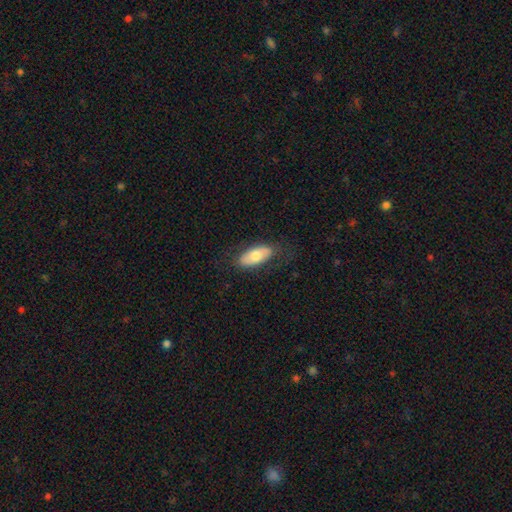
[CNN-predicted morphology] A smooth galaxy with no disk features (70%) that is in between round and cigar-shaped (85%). Merging: none (78%).